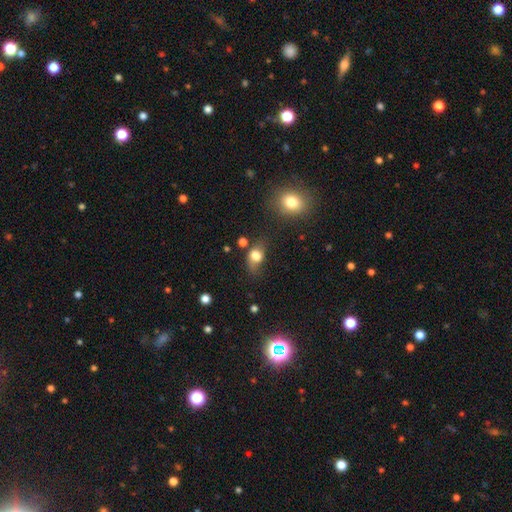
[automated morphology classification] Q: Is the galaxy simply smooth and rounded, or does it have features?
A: smooth — 76%.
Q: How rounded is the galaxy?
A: in between — 65%.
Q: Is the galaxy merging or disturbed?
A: none — 44%.